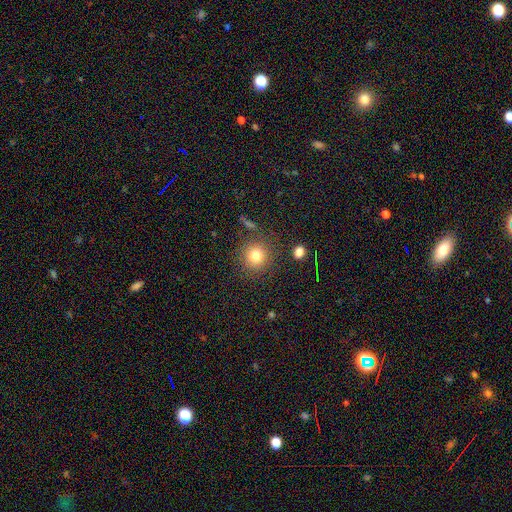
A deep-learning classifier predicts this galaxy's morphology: Smooth or featured? Predicted: smooth (p=0.80). How rounded? Predicted: round (p=0.91). Merging? Predicted: none (p=0.85).